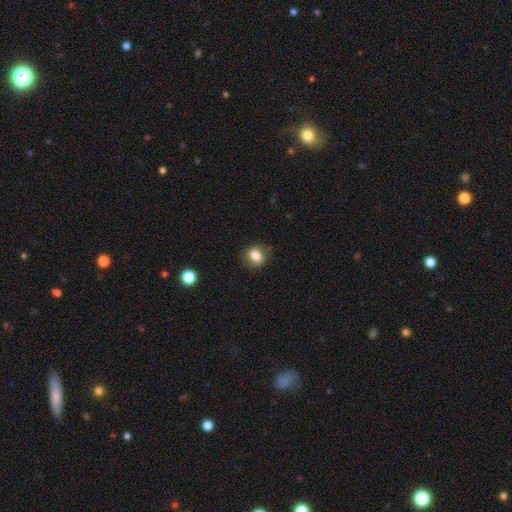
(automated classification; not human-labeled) Smooth or featured: smooth — 81% (star or artifact — 10%)
How rounded: round — 70% (in between — 29%)
Merging: none — 83% (minor disturbance — 12%)